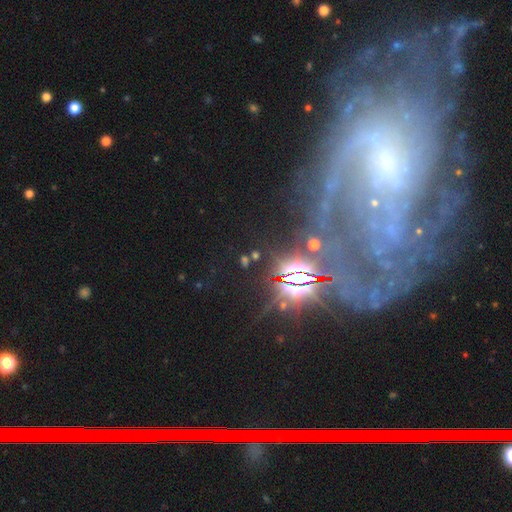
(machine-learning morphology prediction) The model was most divided on "smooth or featured": star or artifact: 70%, featured or disk: 16%, smooth: 13%.